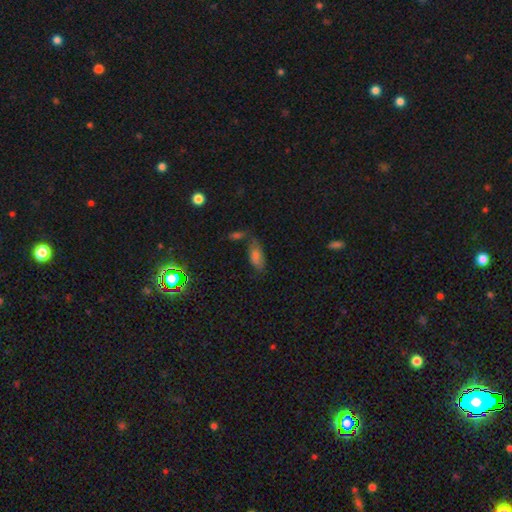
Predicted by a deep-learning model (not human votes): The model was most divided on "smooth or featured": smooth: 54%, star or artifact: 25%, featured or disk: 21%. More confident: how rounded — in between (81%); merging — none (56%).